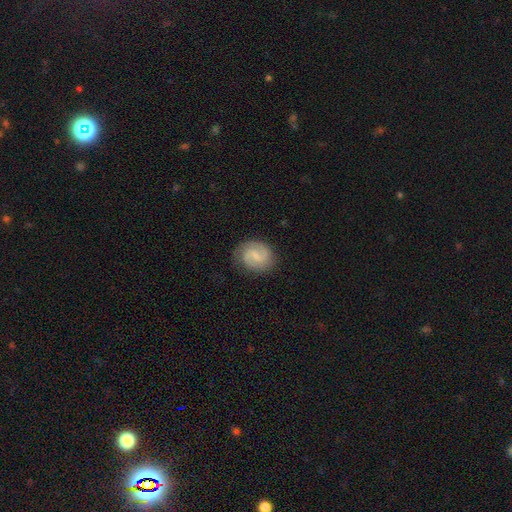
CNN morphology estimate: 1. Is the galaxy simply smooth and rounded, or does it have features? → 75% featured or disk, 19% smooth, 6% star or artifact.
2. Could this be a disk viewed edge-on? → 98% no, 2% yes.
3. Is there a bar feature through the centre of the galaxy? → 59% weak, 23% no, 18% strong.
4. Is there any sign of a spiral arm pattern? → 96% yes, 4% no.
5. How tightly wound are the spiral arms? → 50% medium, 30% tight, 20% loose.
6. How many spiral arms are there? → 90% 2, 4% can't tell, 3% 1, 1% 3, 1% 4, 1% more than 4.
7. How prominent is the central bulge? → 41% small, 40% none, 16% moderate, 2% large, 1% dominant.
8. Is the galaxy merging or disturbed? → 83% none, 12% minor disturbance, 4% major disturbance, 1% merger.